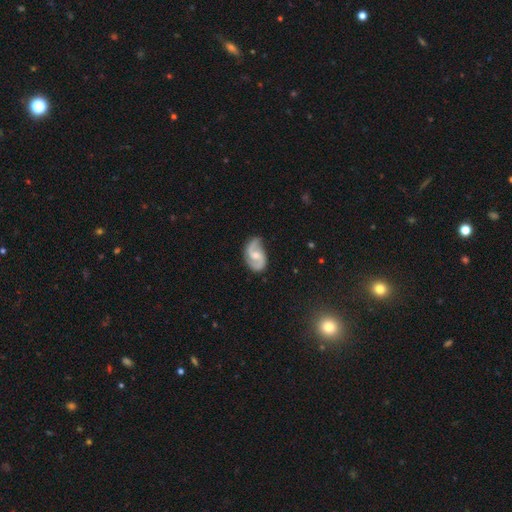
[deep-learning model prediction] The model was most divided on "bar": weak: 48%, no: 43%, strong: 9%. Remaining: edge-on disk — no (98%); spiral arms — yes (97%); spiral arm count — 2 (91%); smooth or featured — featured or disk (86%); merging — none (72%); bulge size — moderate (51%); spiral winding — medium (48%).